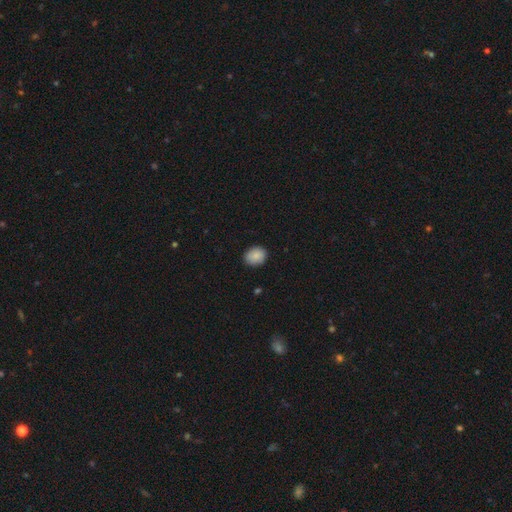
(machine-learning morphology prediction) Q: Smooth or featured?
A: smooth (88%); runner-up: star or artifact (8%)
Q: How rounded?
A: round (55%); runner-up: in between (44%)
Q: Merging?
A: none (86%); runner-up: minor disturbance (11%)